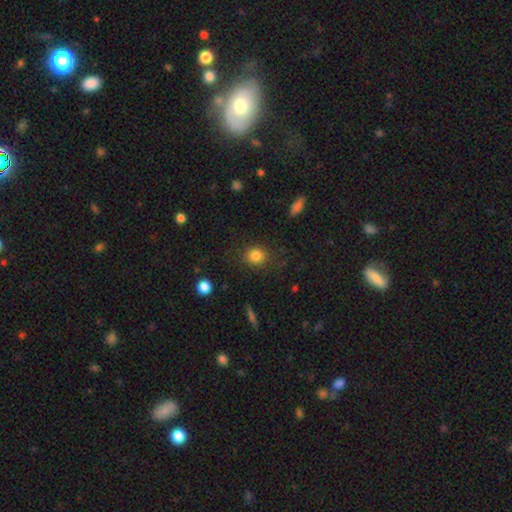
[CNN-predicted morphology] Smooth or featured? smooth (84%)
How rounded? round (76%)
Merging? none (84%)